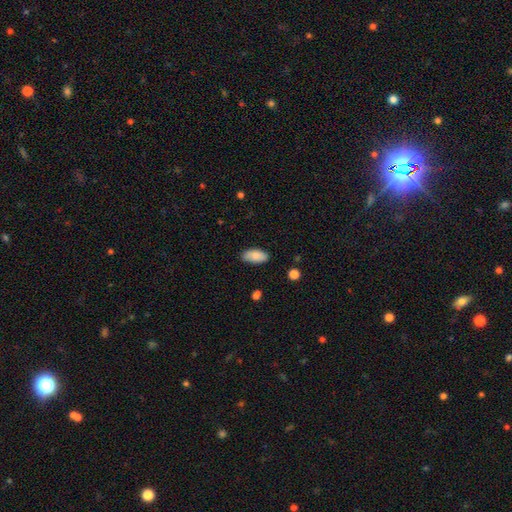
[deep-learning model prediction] Smooth or featured?
  - smooth: 82% *
  - featured or disk: 12%
  - star or artifact: 7%
How rounded?
  - in between: 93% *
  - cigar-shaped: 4%
  - round: 2%
Merging?
  - none: 81% *
  - minor disturbance: 16%
  - major disturbance: 2%
  - merger: 1%